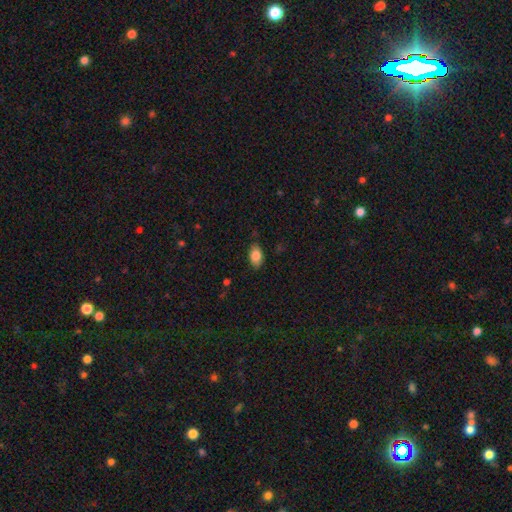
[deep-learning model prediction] This is clearly a smooth galaxy (84%). How rounded: clearly in between (91%). Merging: likely none (80%).